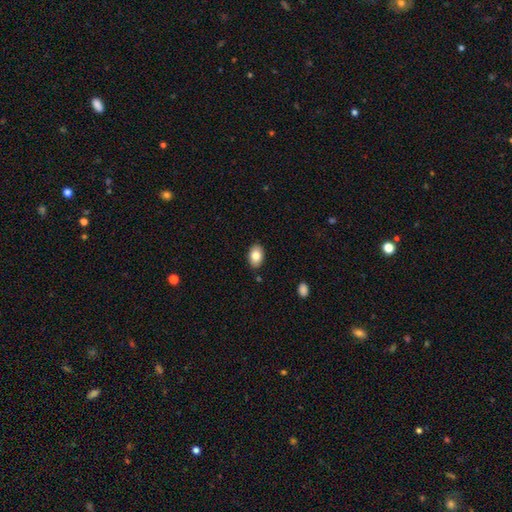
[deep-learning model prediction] The model was most divided on "smooth or featured": smooth: 82%, featured or disk: 11%, star or artifact: 7%. More confident: how rounded — in between (89%); merging — none (87%).